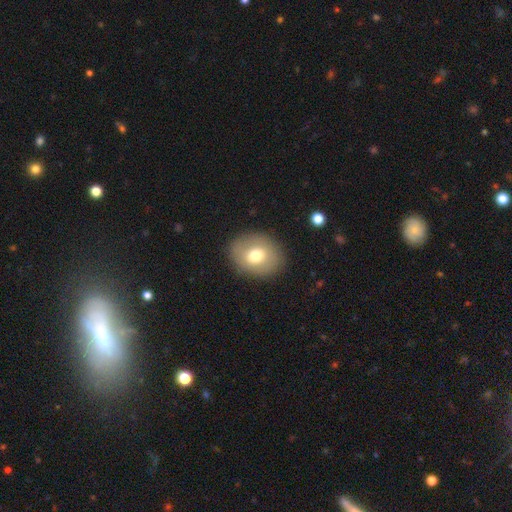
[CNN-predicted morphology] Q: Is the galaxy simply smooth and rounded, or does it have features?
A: smooth — 70%.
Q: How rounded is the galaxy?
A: round — 50%.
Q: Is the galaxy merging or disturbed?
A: none — 86%.